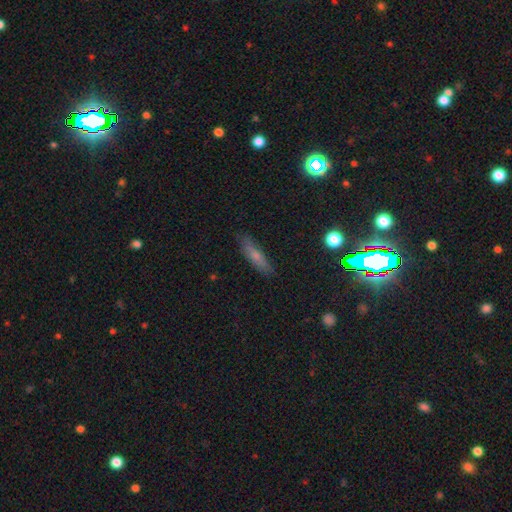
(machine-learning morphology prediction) smooth-or-featured: smooth: 65% | featured or disk: 25% | star or artifact: 10%
  how-rounded: cigar-shaped: 72% | in between: 25% | round: 3%
  merging: none: 83% | minor disturbance: 13% | major disturbance: 3% | merger: 1%